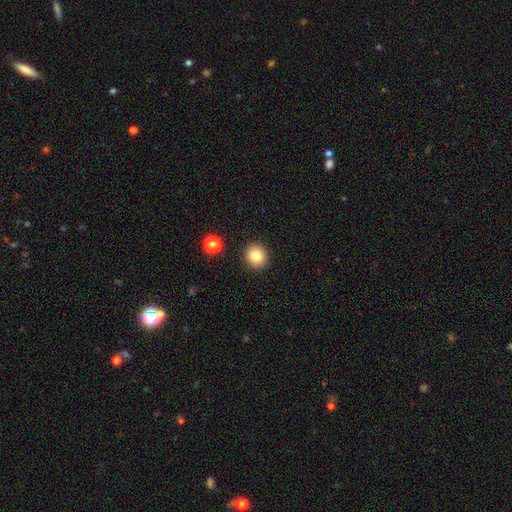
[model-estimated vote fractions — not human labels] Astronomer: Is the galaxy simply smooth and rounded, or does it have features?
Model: smooth — 83%.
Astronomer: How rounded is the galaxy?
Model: round — 89%.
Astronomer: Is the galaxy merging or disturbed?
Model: none — 91%.